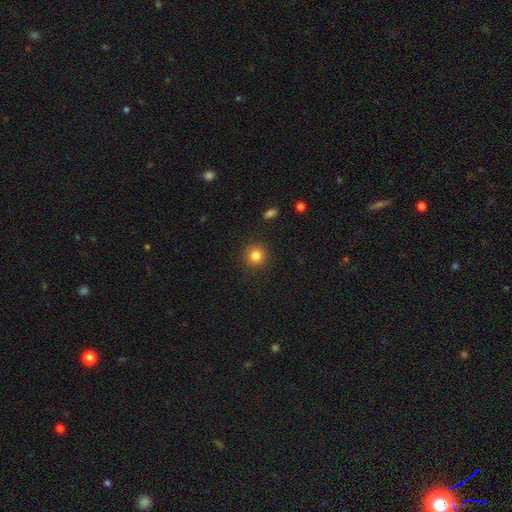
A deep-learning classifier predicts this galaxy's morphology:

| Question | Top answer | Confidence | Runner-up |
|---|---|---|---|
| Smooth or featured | smooth | 83% | star or artifact (11%) |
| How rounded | round | 92% | in between (7%) |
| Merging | none | 90% | minor disturbance (6%) |